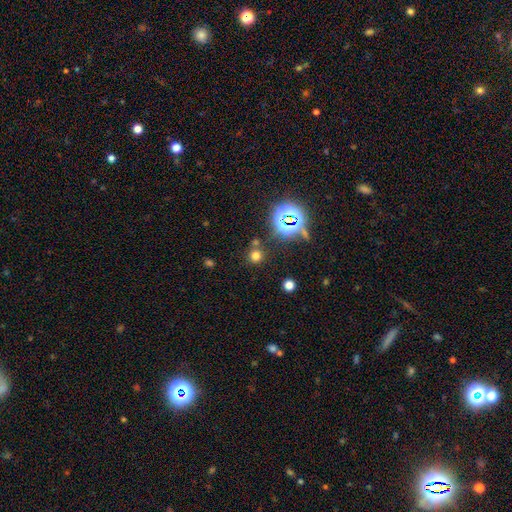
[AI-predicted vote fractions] Smooth or featured? smooth (64%)
How rounded? round (91%)
Merging? none (76%)